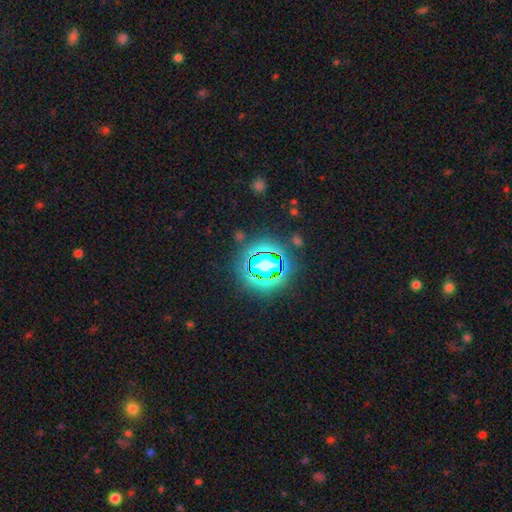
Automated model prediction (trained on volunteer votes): Smooth or featured: star or artifact — 74% (smooth — 17%)